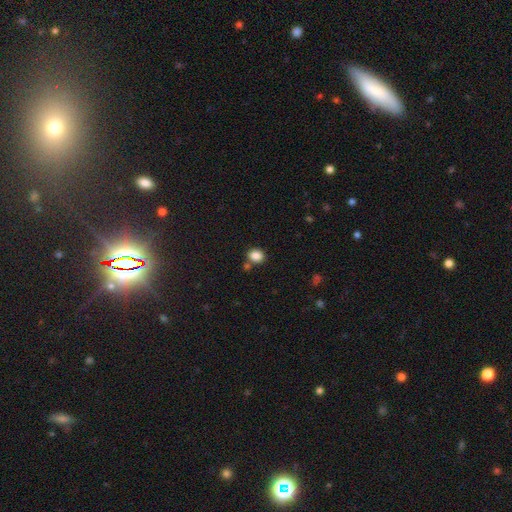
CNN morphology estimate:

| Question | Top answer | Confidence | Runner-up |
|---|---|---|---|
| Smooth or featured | smooth | 86% | star or artifact (10%) |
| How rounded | round | 57% | in between (42%) |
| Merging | none | 72% | merger (14%) |